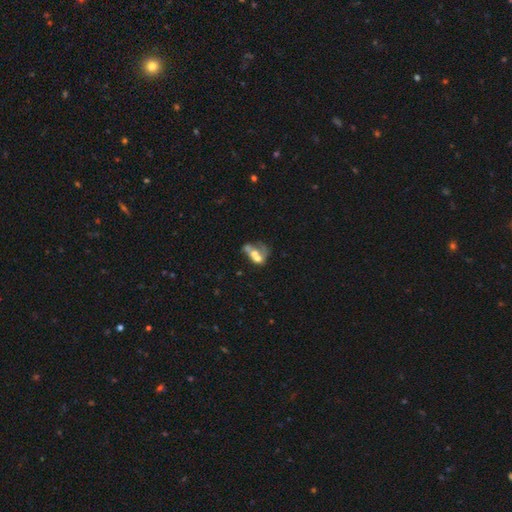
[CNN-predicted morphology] smooth-or-featured: smooth: 45% | featured or disk: 43% | star or artifact: 12%
  merging: merger: 65% | none: 15% | major disturbance: 13% | minor disturbance: 7%